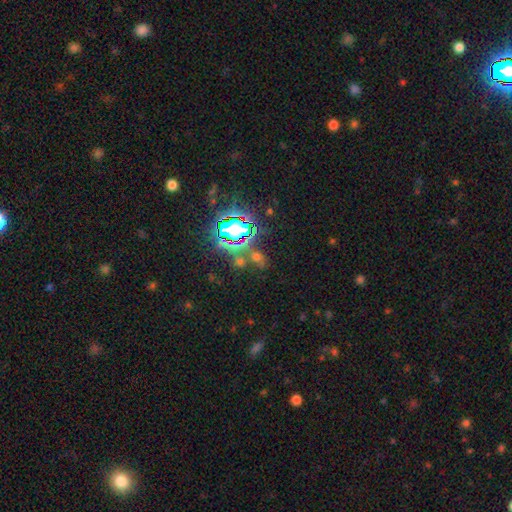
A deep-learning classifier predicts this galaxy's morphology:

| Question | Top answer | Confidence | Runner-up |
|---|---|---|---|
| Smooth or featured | star or artifact | 71% | smooth (20%) |